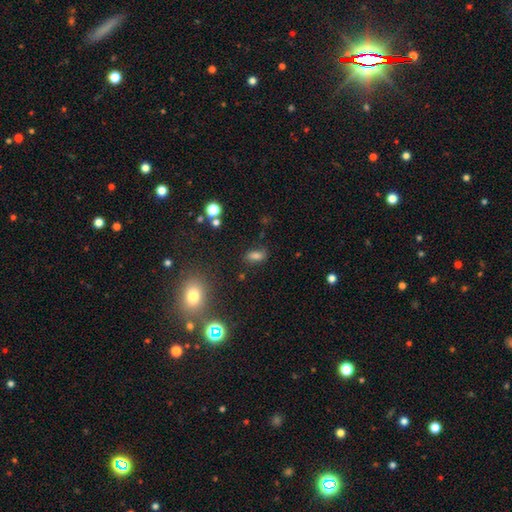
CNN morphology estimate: smooth-or-featured: smooth: 72% | star or artifact: 18% | featured or disk: 10%
  how-rounded: in between: 82% | round: 10% | cigar-shaped: 7%
  merging: none: 77% | minor disturbance: 15% | major disturbance: 5% | merger: 4%